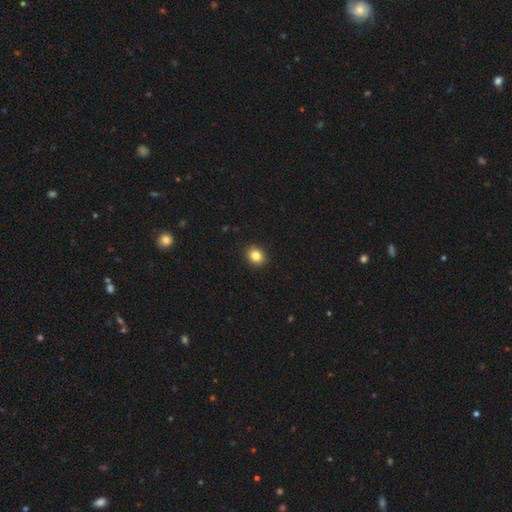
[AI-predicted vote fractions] Smooth or featured?
  - smooth: 84% *
  - star or artifact: 10%
  - featured or disk: 6%
How rounded?
  - round: 64% *
  - in between: 35%
  - cigar-shaped: 1%
Merging?
  - none: 91% *
  - minor disturbance: 6%
  - major disturbance: 2%
  - merger: 1%